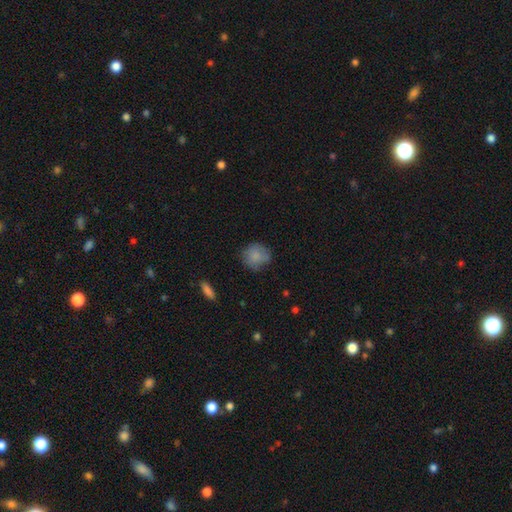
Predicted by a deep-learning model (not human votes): Smooth or featured? smooth (82%)
How rounded? round (84%)
Merging? none (72%)